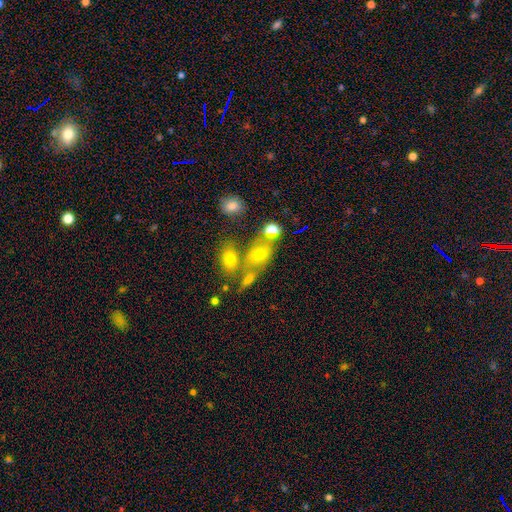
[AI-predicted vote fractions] Morphology: type=smooth (49%); merging=none (45%).